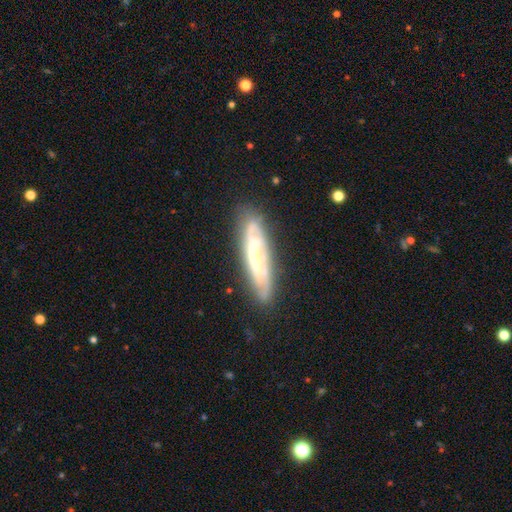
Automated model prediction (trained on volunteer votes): smooth_or_featured: featured or disk (p=0.64) [alt: smooth p=0.29]
disk_edge_on: no (p=0.53) [alt: yes p=0.47]
merging: none (p=0.76) [alt: minor disturbance p=0.17]